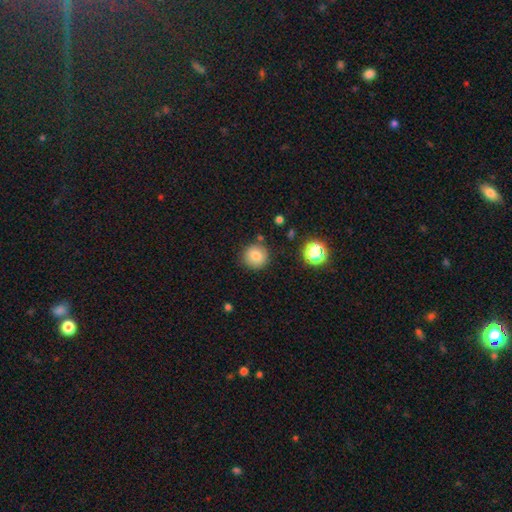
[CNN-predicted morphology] Q: Smooth or featured?
A: smooth (81%); runner-up: star or artifact (12%)
Q: How rounded?
A: round (94%); runner-up: in between (5%)
Q: Merging?
A: none (84%); runner-up: minor disturbance (9%)